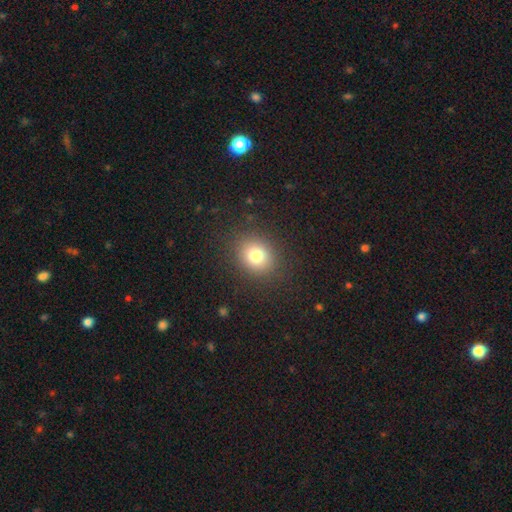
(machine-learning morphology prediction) Smooth or featured? smooth (78%)
How rounded? round (71%)
Merging? none (87%)